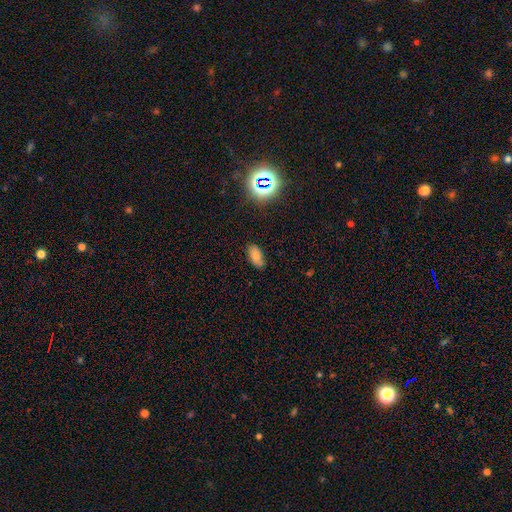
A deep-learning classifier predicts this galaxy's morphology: This is likely a smooth galaxy (74%). How rounded: clearly in between (92%). Merging: likely none (79%).